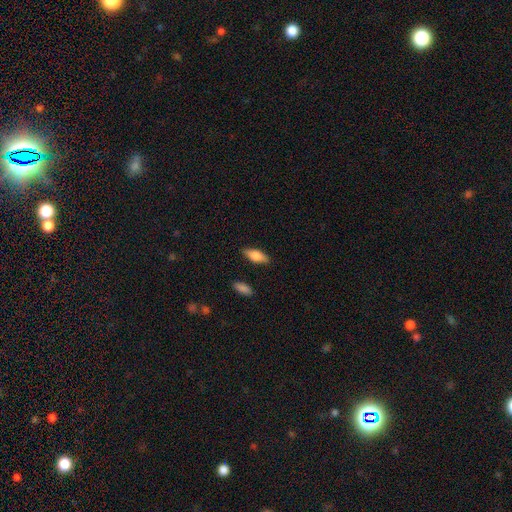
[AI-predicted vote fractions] This is likely a smooth galaxy (75%). How rounded: likely in between (75%). Merging: clearly none (86%).